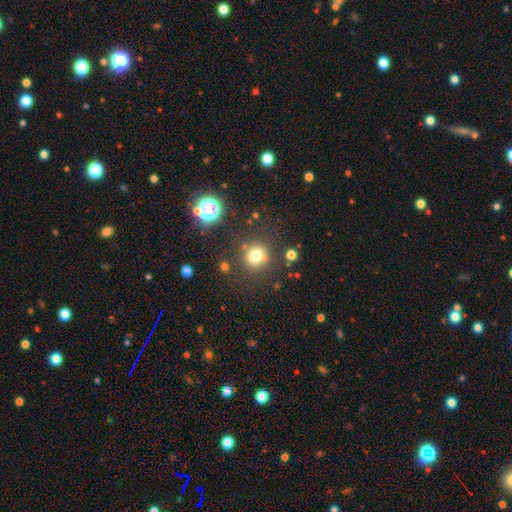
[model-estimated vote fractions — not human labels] smooth 76%, star or artifact 17%, featured or disk 8%. Down the decision tree: how rounded — round (90%); merging — none (80%).